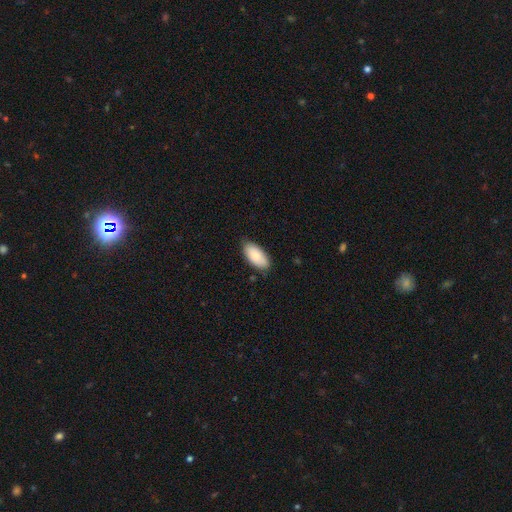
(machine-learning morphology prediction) Smooth or featured? smooth (86%)
How rounded? in between (94%)
Merging? none (81%)